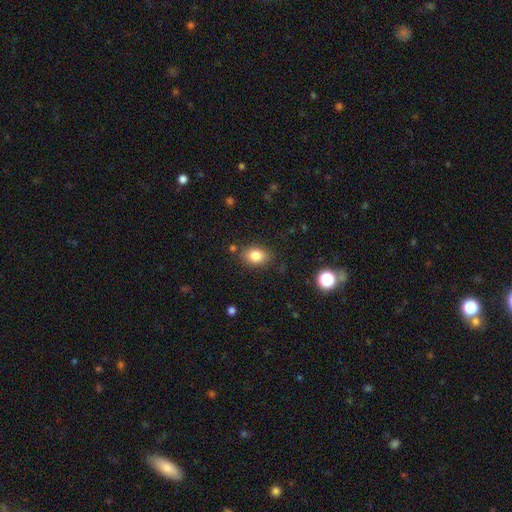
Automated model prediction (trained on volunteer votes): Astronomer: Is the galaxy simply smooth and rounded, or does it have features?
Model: smooth — 83%.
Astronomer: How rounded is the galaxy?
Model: in between — 77%.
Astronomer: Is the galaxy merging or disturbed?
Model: none — 83%.